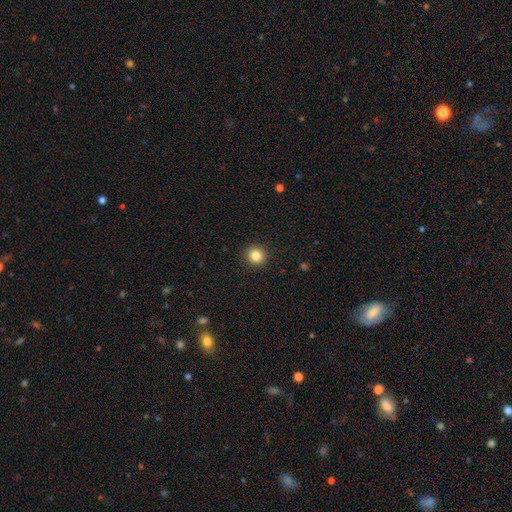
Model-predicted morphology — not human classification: smooth-or-featured: smooth: 84% | star or artifact: 11% | featured or disk: 5%
  how-rounded: round: 92% | in between: 7% | cigar-shaped: 1%
  merging: none: 93% | minor disturbance: 5% | major disturbance: 2% | merger: 1%